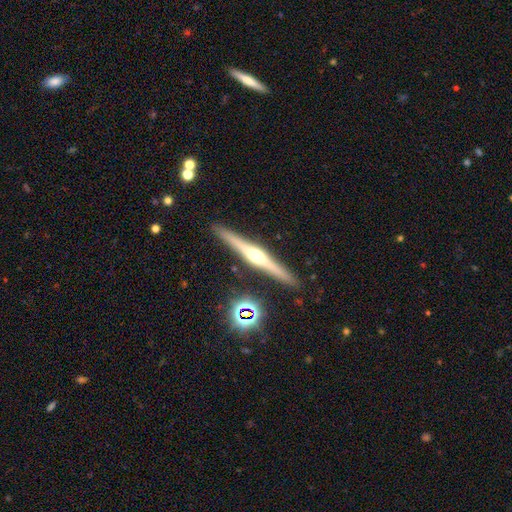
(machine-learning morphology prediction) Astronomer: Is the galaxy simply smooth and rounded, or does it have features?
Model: featured or disk — 78%.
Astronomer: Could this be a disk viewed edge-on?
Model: yes — 98%.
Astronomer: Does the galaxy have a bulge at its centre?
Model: rounded — 93%.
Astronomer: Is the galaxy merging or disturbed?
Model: none — 91%.